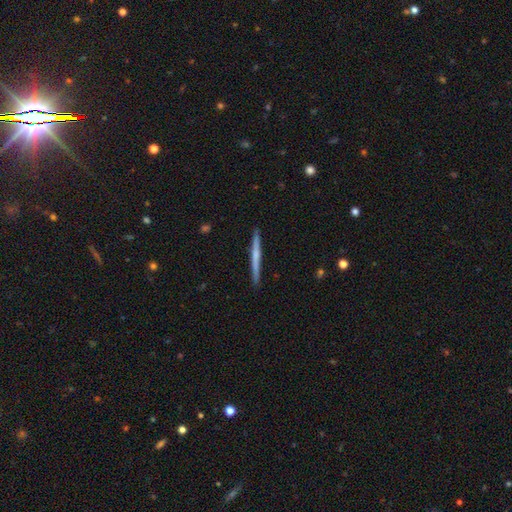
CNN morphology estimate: A featured or disk galaxy (58%) viewed edge-on (98%) with no central bulge (52%).

Vote fractions:
- Smooth or featured? featured or disk: 58% / smooth: 37% / star or artifact: 5%
- Edge-on disk? yes: 98% / no: 2%
- Edge-on bulge? none: 52% / rounded: 41% / boxy: 7%
- Merging? none: 92% / minor disturbance: 6% / major disturbance: 1% / merger: 1%